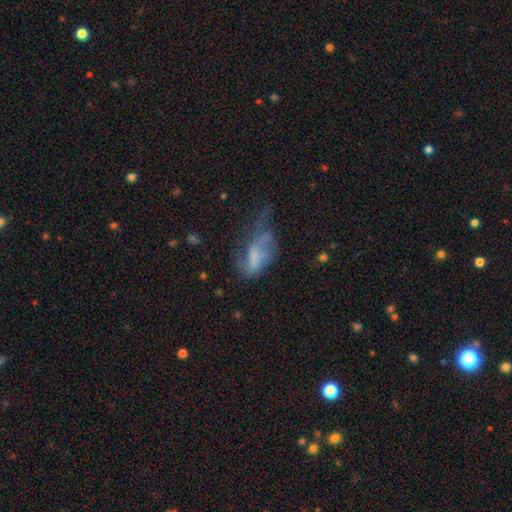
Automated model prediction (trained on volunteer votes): The model was most divided on "smooth or featured": smooth: 46%, featured or disk: 42%, star or artifact: 12%. Remaining: merging — major disturbance (48%).